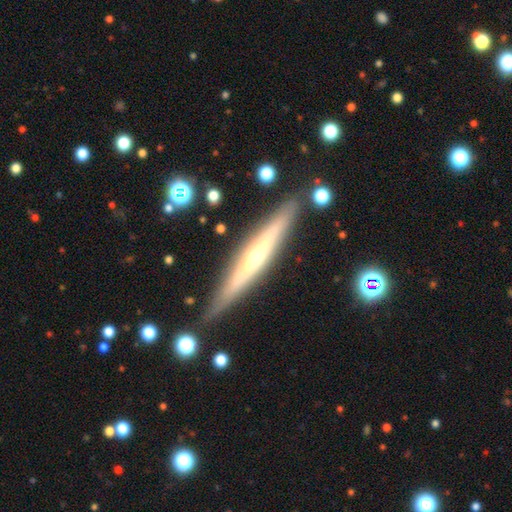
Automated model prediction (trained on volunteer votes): This is likely a featured or disk galaxy (67%). It is clearly viewed edge-on (95%). Edge-on bulge: likely rounded (67%). Merging: clearly none (86%).